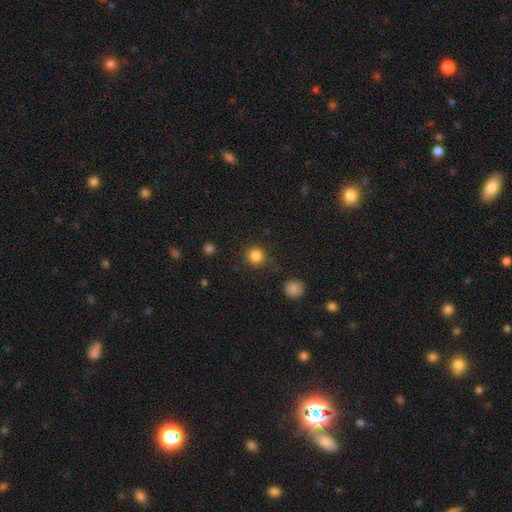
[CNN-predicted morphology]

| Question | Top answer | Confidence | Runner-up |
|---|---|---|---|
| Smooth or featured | smooth | 84% | star or artifact (12%) |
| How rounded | round | 93% | in between (7%) |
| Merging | none | 83% | minor disturbance (11%) |